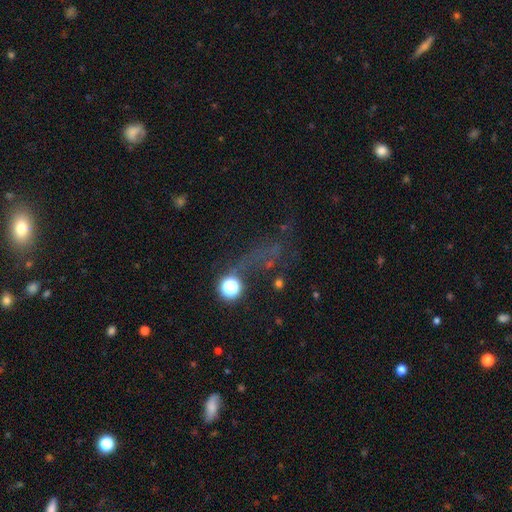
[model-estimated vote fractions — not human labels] star or artifact 50%, smooth 32%, featured or disk 18%.